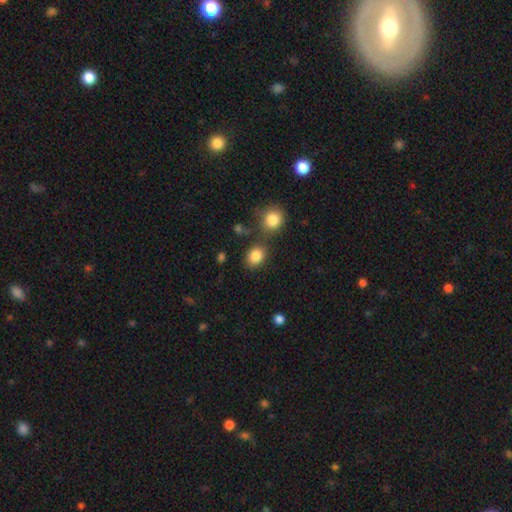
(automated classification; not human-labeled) Smooth or featured: smooth — 85% (star or artifact — 10%)
How rounded: in between — 55% (round — 44%)
Merging: none — 72% (merger — 13%)